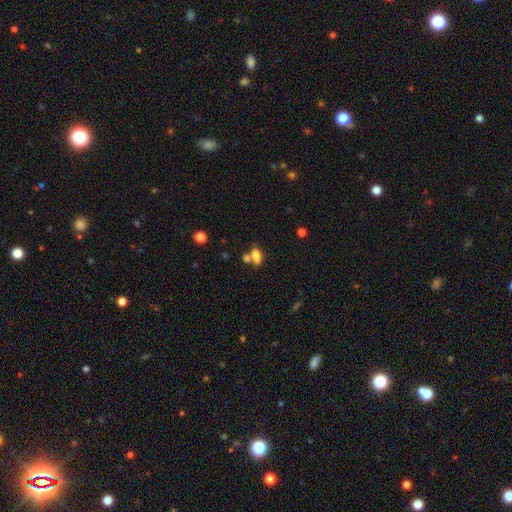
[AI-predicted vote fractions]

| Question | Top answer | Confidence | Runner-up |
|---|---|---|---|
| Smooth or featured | smooth | 75% | featured or disk (14%) |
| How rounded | in between | 81% | cigar-shaped (10%) |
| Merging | merger | 41% | none (40%) |